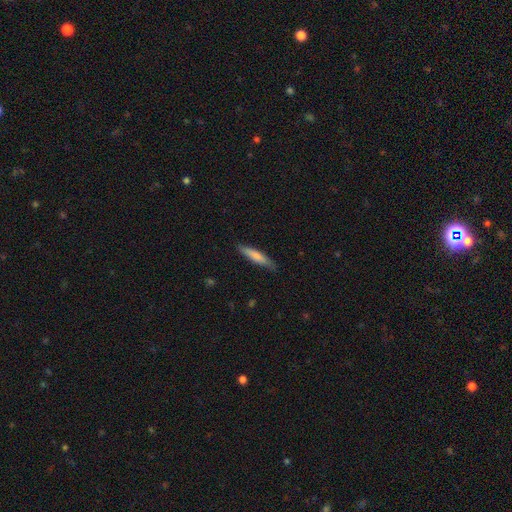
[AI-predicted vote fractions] smooth 71%, featured or disk 23%, star or artifact 5%. Down the decision tree: how rounded — cigar-shaped (88%); merging — none (84%).